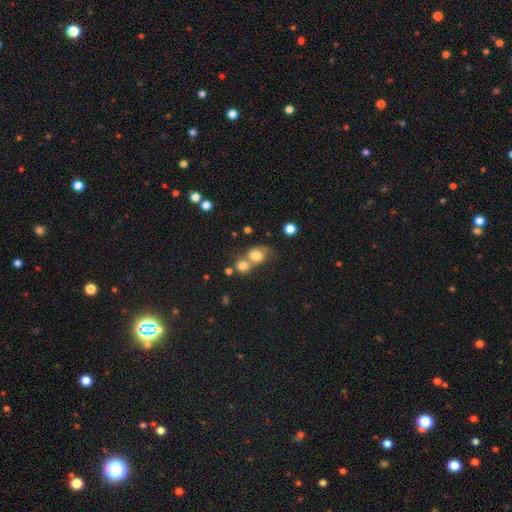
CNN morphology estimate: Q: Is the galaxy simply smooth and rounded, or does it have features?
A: smooth — 72%.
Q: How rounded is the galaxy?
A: round — 56%.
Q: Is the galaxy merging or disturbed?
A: merger — 59%.